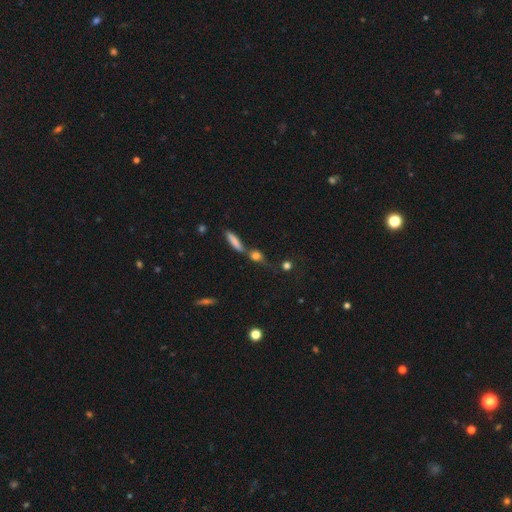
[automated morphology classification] This is possibly a smooth galaxy (57%). How rounded: marginally round (40%). Merging: possibly none (54%).